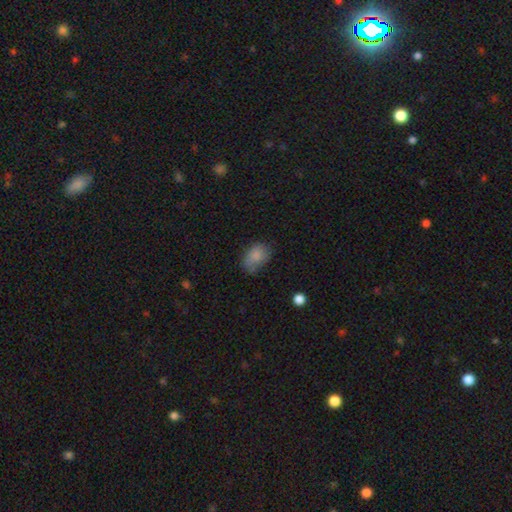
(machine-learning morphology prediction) smooth 81%, featured or disk 10%, star or artifact 9%. Down the decision tree: how rounded — in between (79%); merging — none (56%).